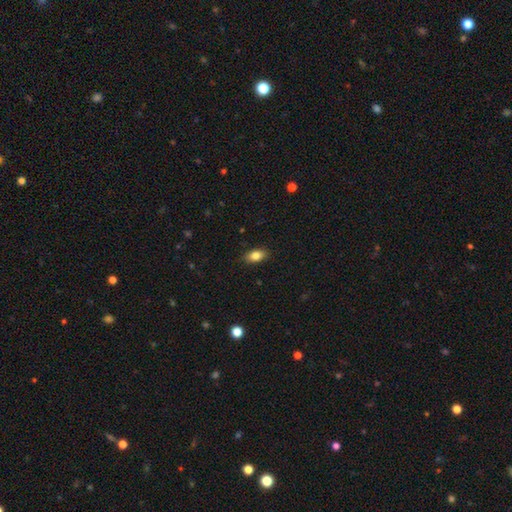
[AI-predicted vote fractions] Smooth or featured?
  - smooth: 83% *
  - featured or disk: 8%
  - star or artifact: 8%
How rounded?
  - in between: 89% *
  - round: 7%
  - cigar-shaped: 4%
Merging?
  - none: 88% *
  - minor disturbance: 9%
  - major disturbance: 2%
  - merger: 1%